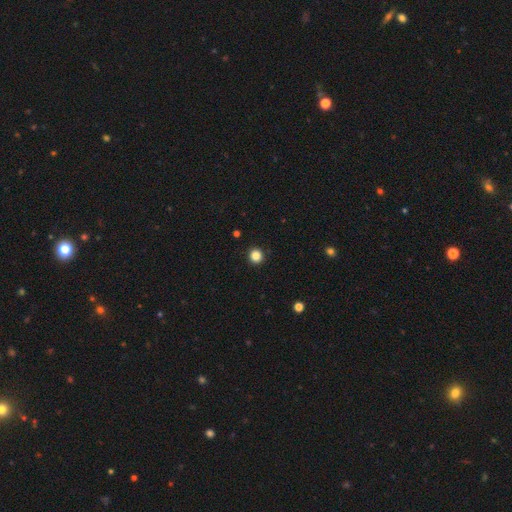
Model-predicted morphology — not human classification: The model was most divided on "smooth or featured": smooth: 86%, star or artifact: 11%, featured or disk: 3%. More confident: merging — none (92%); how rounded — round (92%).